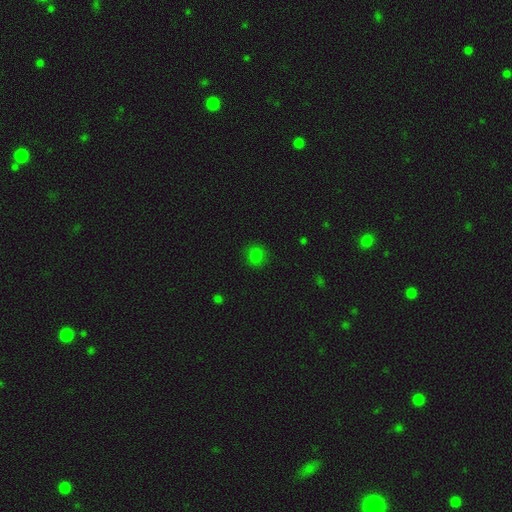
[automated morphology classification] This appears to be a smooth galaxy with no disk features (80%) that is round (81%). Merging: none (86%).